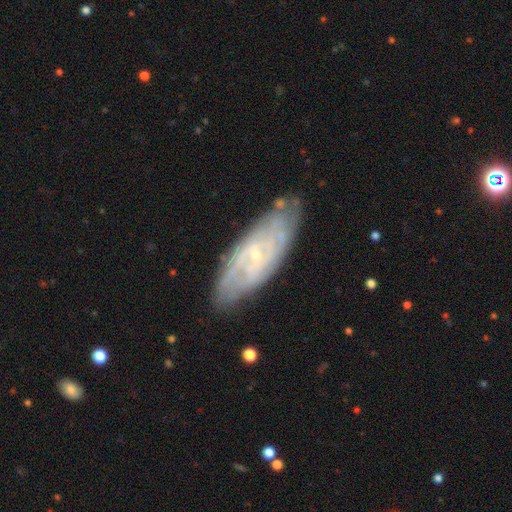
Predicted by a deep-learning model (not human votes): Smooth or featured? Predicted: featured or disk (p=0.74). Edge-on disk? Predicted: no (p=0.84). Bar? Predicted: weak (p=0.46). Spiral arms? Predicted: yes (p=0.81). Spiral winding? Predicted: tight (p=0.53). Spiral arm count? Predicted: can't tell (p=0.54). Bulge size? Predicted: small (p=0.79). Merging? Predicted: none (p=0.76).